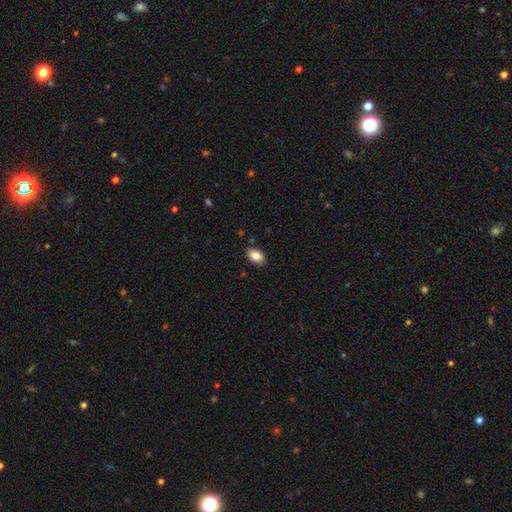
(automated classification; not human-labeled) Smooth or featured?
  - smooth: 85% *
  - star or artifact: 8%
  - featured or disk: 7%
How rounded?
  - in between: 86% *
  - round: 13%
  - cigar-shaped: 1%
Merging?
  - none: 85% *
  - minor disturbance: 11%
  - major disturbance: 2%
  - merger: 1%